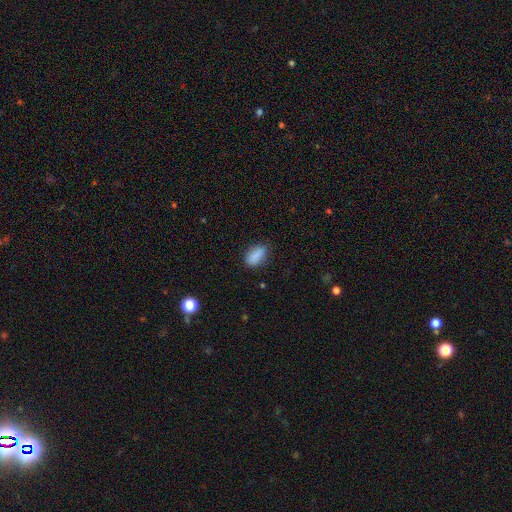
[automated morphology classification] Overall: smooth (87%). How rounded: in between (88%). Merging: none (79%).